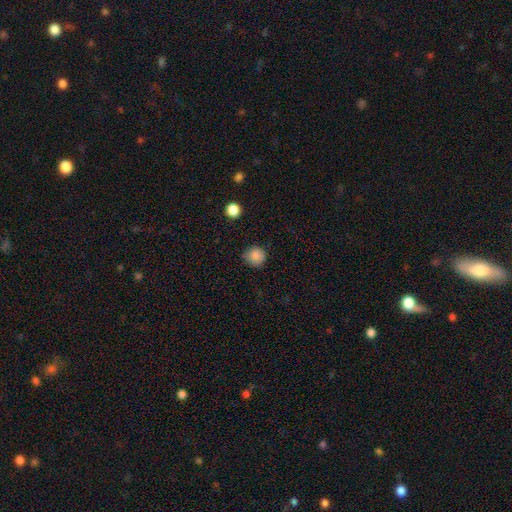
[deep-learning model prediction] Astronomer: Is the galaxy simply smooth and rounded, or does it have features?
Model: smooth — 84%.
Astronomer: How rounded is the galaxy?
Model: round — 93%.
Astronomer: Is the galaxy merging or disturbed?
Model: none — 83%.